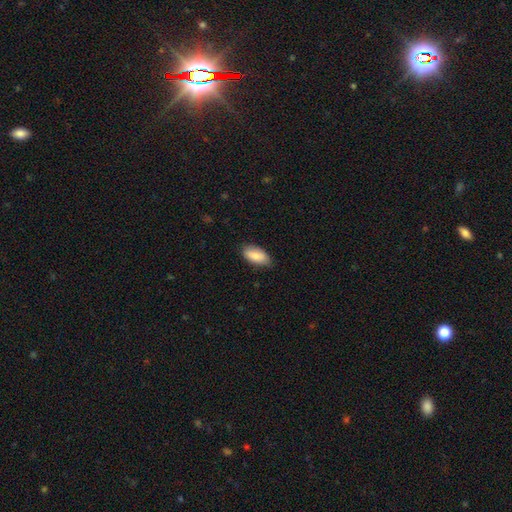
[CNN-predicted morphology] A smooth galaxy with no disk features (85%) that is in between round and cigar-shaped (91%). Merging: none (79%).